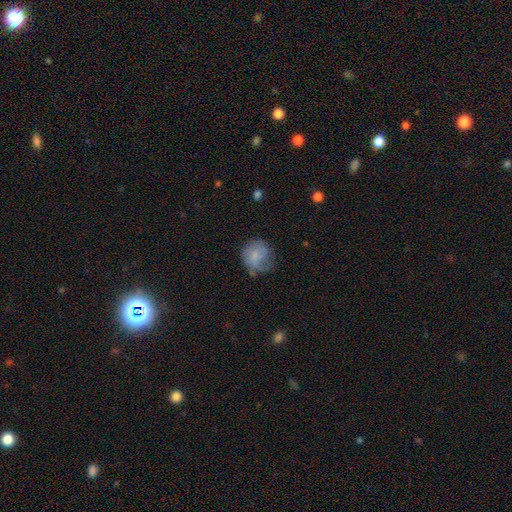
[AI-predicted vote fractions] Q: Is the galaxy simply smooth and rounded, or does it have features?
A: smooth — 60%.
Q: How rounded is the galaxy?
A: round — 82%.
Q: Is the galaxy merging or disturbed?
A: none — 55%.